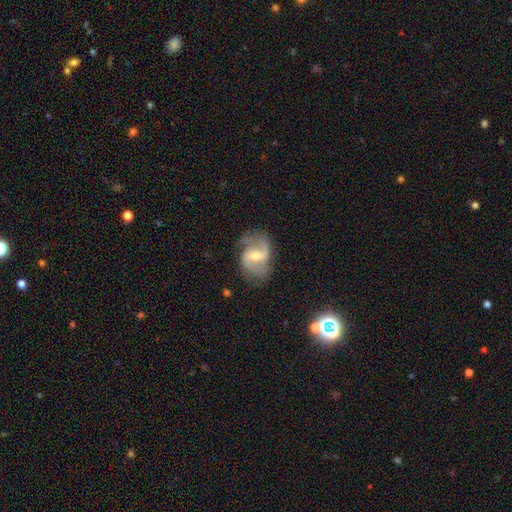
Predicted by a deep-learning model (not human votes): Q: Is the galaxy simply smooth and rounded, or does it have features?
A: featured or disk — 86%.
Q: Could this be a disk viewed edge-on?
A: no — 97%.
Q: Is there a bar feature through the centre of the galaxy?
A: weak — 53%.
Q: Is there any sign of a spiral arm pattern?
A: yes — 96%.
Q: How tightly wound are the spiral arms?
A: medium — 48%.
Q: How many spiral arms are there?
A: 2 — 85%.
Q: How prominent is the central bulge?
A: moderate — 55%.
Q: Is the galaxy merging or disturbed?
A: none — 71%.